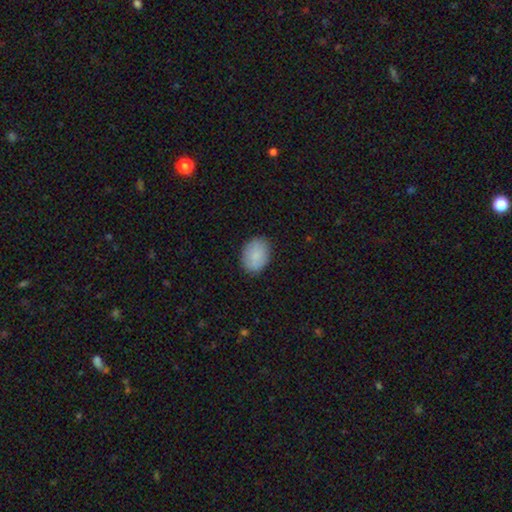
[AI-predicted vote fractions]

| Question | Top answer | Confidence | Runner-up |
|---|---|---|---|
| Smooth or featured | smooth | 86% | featured or disk (7%) |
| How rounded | in between | 68% | round (31%) |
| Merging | none | 85% | minor disturbance (11%) |